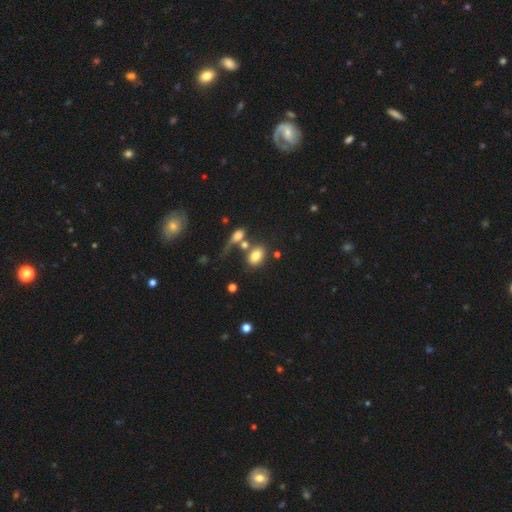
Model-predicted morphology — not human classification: The model was most divided on "merging": none: 53%, merger: 26%, minor disturbance: 13%, major disturbance: 8%. More confident: how rounded — in between (81%); smooth or featured — smooth (78%).